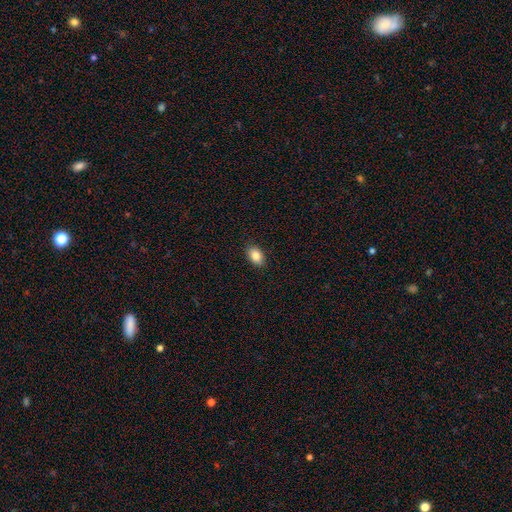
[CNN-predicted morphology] This appears to be a smooth galaxy with no disk features (86%) that is in between round and cigar-shaped (83%). Merging: none (89%).